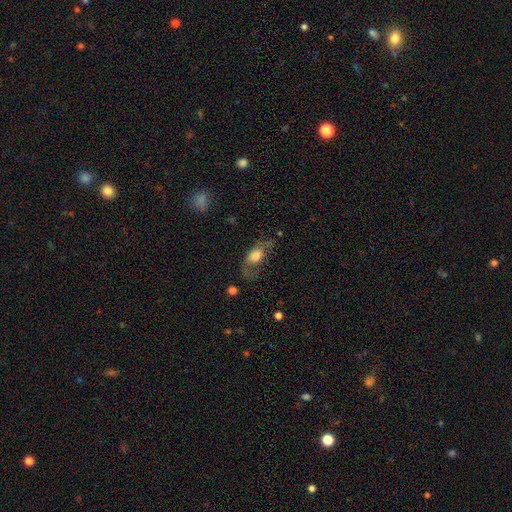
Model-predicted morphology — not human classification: This is possibly a smooth galaxy (54%). How rounded: likely in between (79%). Merging: possibly none (49%).